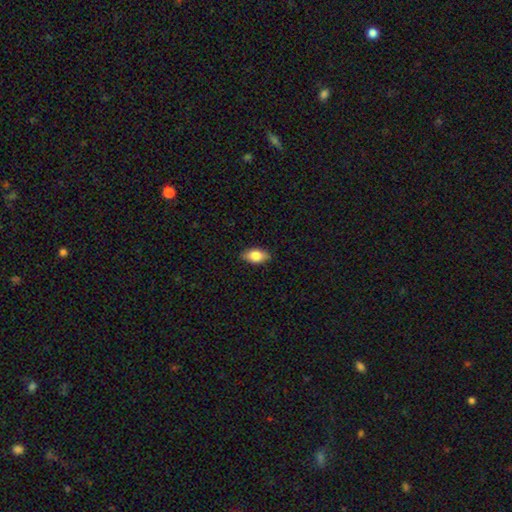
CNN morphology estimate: This is likely a smooth galaxy (78%). How rounded: clearly in between (89%). Merging: clearly none (86%).